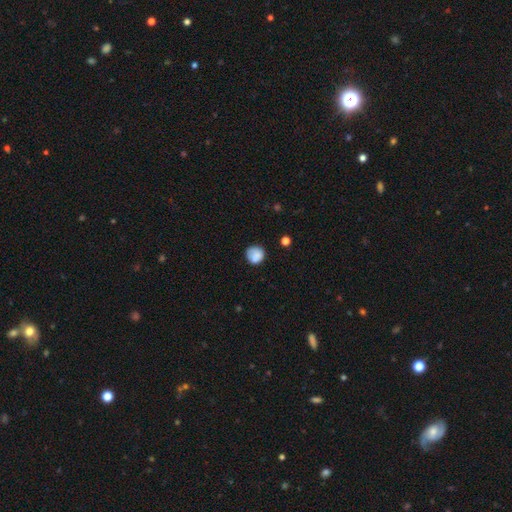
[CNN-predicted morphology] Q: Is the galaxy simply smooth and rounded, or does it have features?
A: smooth — 84%.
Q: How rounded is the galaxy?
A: round — 89%.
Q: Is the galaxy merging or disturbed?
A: none — 74%.